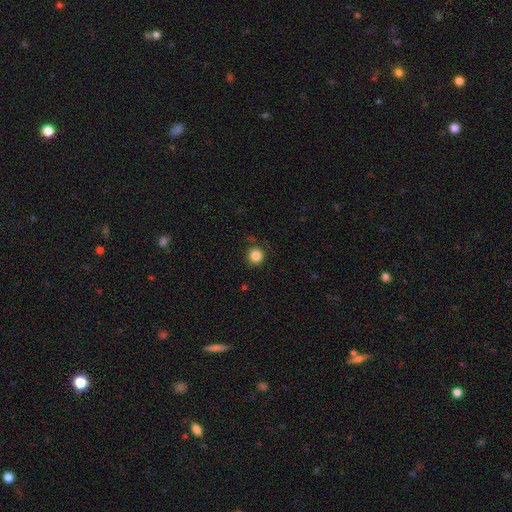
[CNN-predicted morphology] smooth 84%, star or artifact 11%, featured or disk 5%. Down the decision tree: how rounded — round (93%); merging — none (83%).